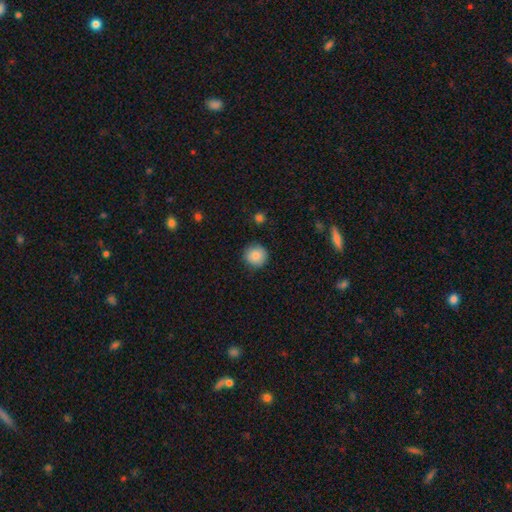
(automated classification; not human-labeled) Smooth or featured? smooth (85%)
How rounded? round (94%)
Merging? none (87%)